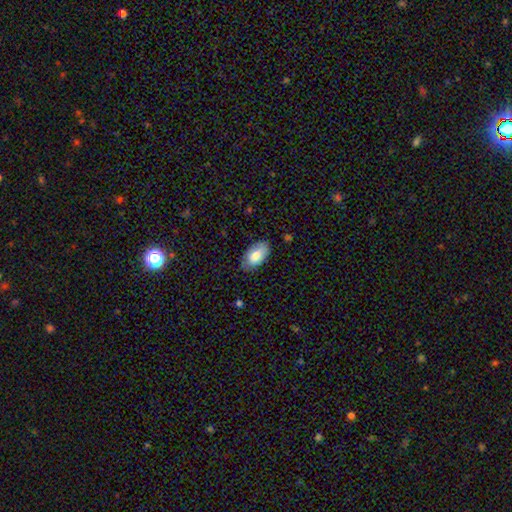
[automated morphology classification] Smooth or featured? Predicted: smooth (p=0.80). How rounded? Predicted: in between (p=0.95). Merging? Predicted: none (p=0.77).